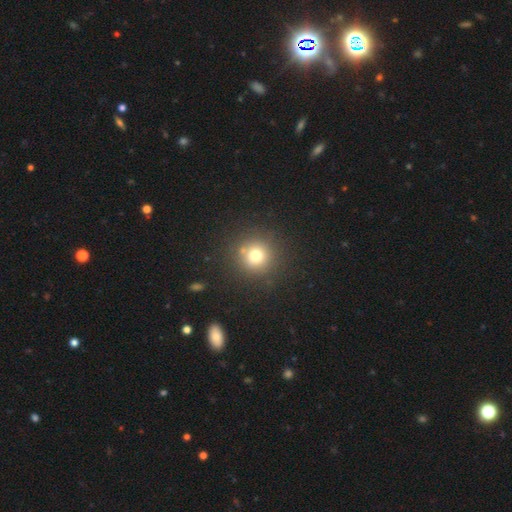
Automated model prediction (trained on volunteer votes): smooth_or_featured: smooth (p=0.74) [alt: star or artifact p=0.17]
how_rounded: round (p=0.94) [alt: in between p=0.05]
merging: none (p=0.85) [alt: minor disturbance p=0.08]